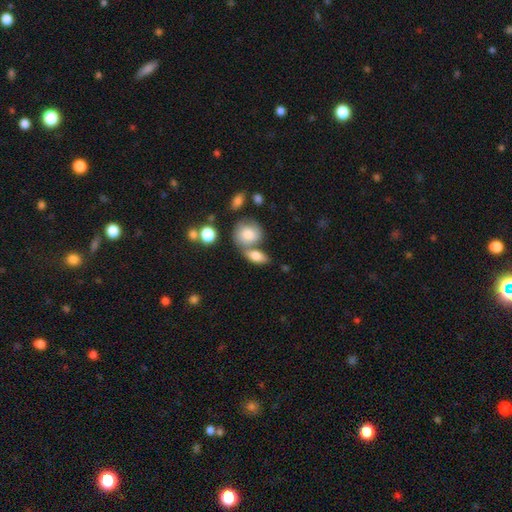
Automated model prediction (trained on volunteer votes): Smooth or featured? Predicted: smooth (p=0.76). How rounded? Predicted: in between (p=0.74). Merging? Predicted: none (p=0.48).